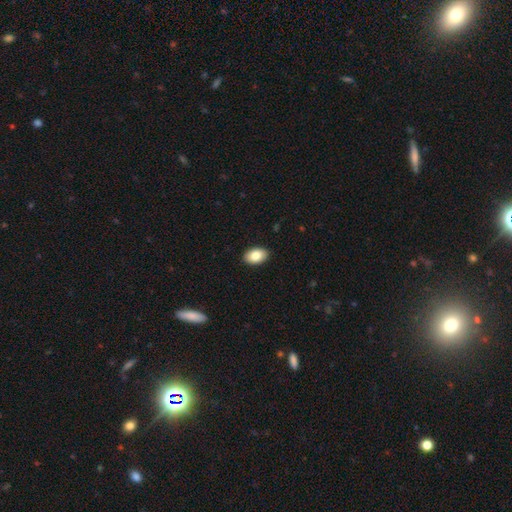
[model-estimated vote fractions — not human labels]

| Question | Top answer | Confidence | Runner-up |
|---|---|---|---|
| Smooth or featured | smooth | 85% | featured or disk (8%) |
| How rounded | in between | 89% | round (9%) |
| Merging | none | 91% | minor disturbance (7%) |